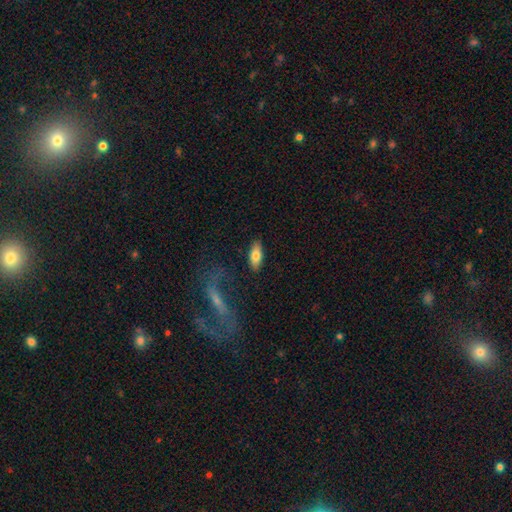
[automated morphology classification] smooth 76%, featured or disk 17%, star or artifact 7%. Down the decision tree: how rounded — in between (80%); merging — none (85%).